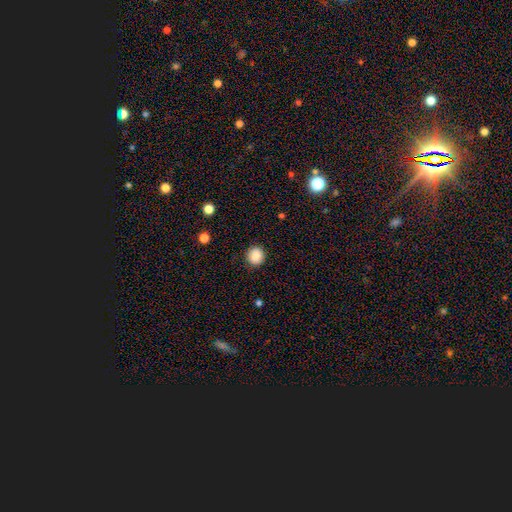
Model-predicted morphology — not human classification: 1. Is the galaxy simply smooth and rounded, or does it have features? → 87% smooth, 9% star or artifact, 4% featured or disk.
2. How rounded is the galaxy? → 89% round, 10% in between, 1% cigar-shaped.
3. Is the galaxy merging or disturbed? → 91% none, 6% minor disturbance, 2% major disturbance, 1% merger.